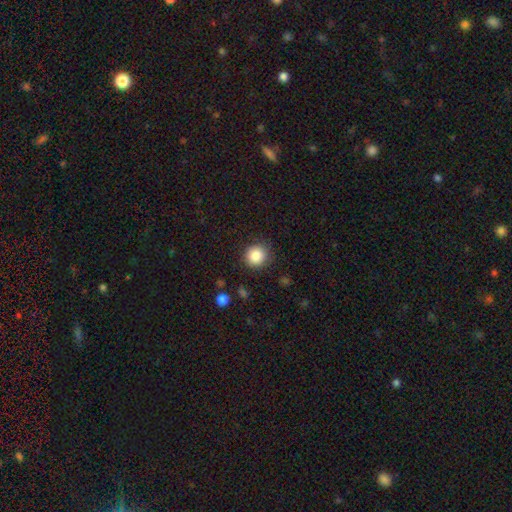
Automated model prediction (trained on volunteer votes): smooth 86%, star or artifact 10%, featured or disk 4%. Down the decision tree: how rounded — round (92%); merging — none (86%).